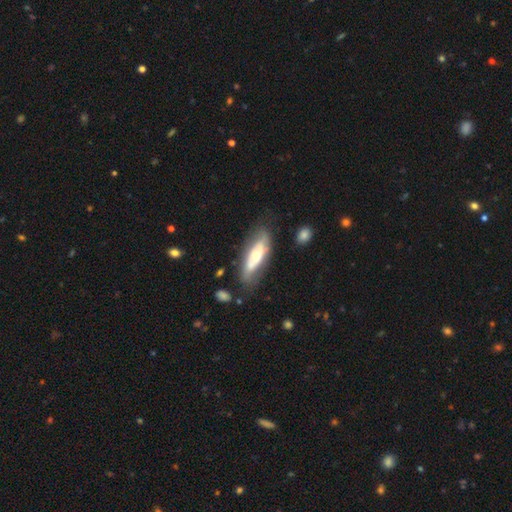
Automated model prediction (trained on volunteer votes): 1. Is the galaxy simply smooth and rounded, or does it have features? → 57% featured or disk, 38% smooth, 6% star or artifact.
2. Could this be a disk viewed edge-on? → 74% no, 26% yes.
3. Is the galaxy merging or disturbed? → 68% none, 20% minor disturbance, 8% major disturbance, 4% merger.